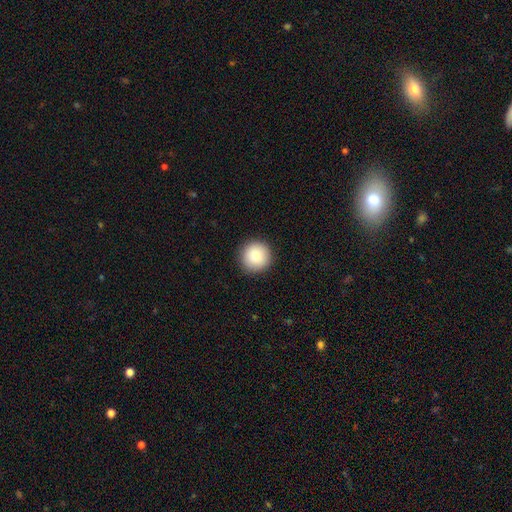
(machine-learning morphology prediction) A smooth galaxy with no disk features (83%) that is round (95%). Merging: none (92%).